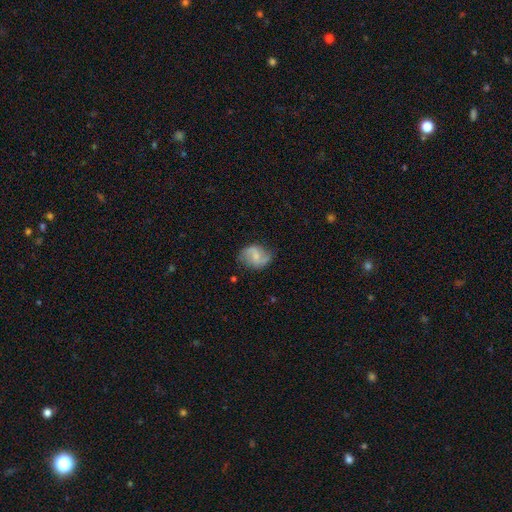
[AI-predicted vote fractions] smooth-or-featured: featured or disk: 62% | smooth: 31% | star or artifact: 7%
  disk-edge-on: no: 97% | yes: 3%
    bar: weak: 50% | no: 35% | strong: 16%
    has-spiral-arms: yes: 89% | no: 11%
      spiral-winding: loose: 54% | medium: 35% | tight: 11%
      spiral-arm-count: 2: 88% | can't tell: 6% | 1: 2% | 3: 1% | 4: 1% | more than 4: 1%
    bulge-size: small: 52% | moderate: 29% | none: 16% | large: 2% | dominant: 1%
  merging: none: 70% | minor disturbance: 21% | major disturbance: 7% | merger: 2%